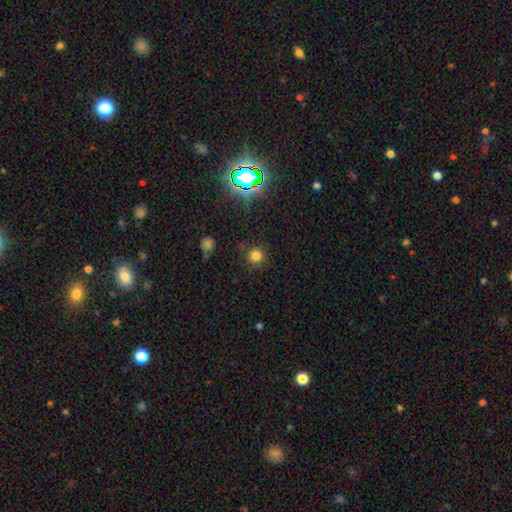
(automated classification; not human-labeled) This is likely a smooth galaxy (74%). How rounded: clearly round (94%). Merging: clearly none (85%).